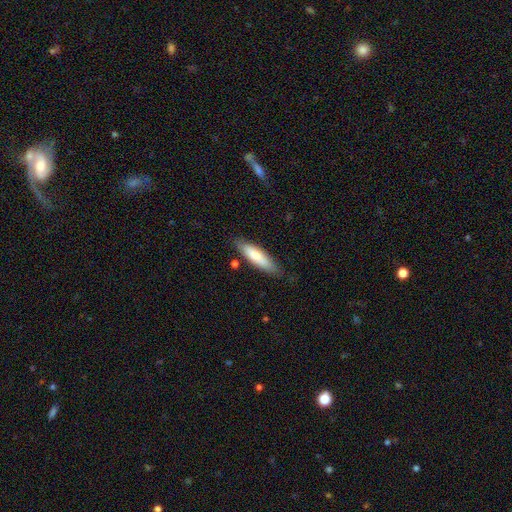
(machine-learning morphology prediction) Overall: smooth (76%). How rounded: cigar-shaped (64%; in between 35%). Merging: none (80%).